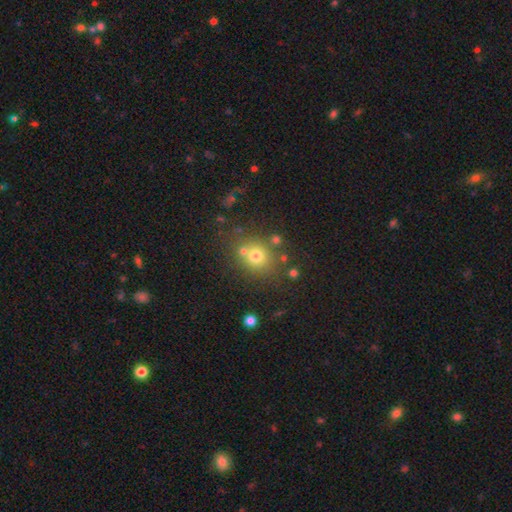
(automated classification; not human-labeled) This appears to be a smooth galaxy with no disk features (70%) that is round (76%). Merging: none (69%).